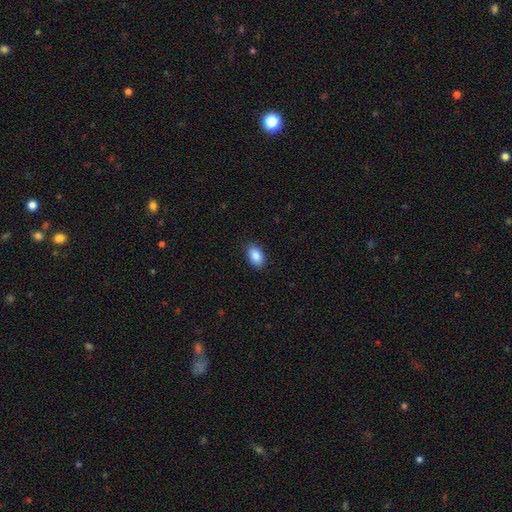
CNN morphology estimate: A smooth galaxy with no disk features (88%) that is in between round and cigar-shaped (91%).

Vote fractions:
- Smooth or featured? smooth: 88% / star or artifact: 7% / featured or disk: 5%
- How rounded? in between: 91% / round: 8% / cigar-shaped: 2%
- Merging? none: 88% / minor disturbance: 9% / major disturbance: 2% / merger: 1%